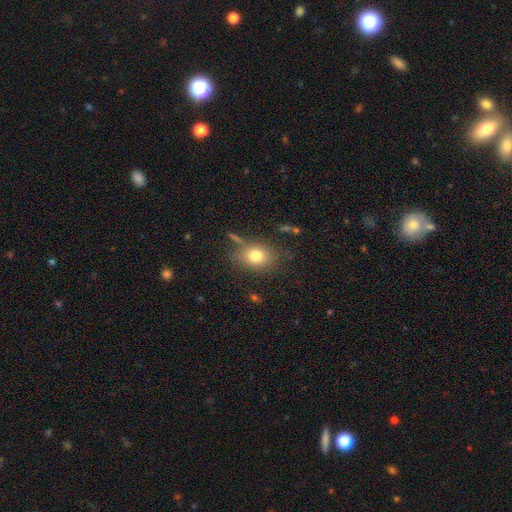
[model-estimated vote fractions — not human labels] Morphology: type=smooth (77%); roundness=round (52%); merging=none (72%).